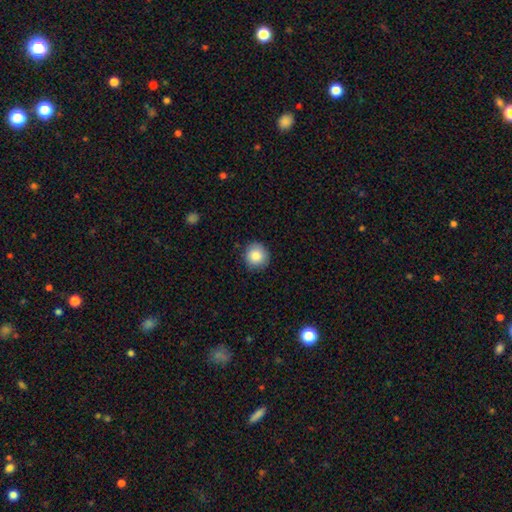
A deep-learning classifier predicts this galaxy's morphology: This appears to be a smooth galaxy with no disk features (85%) that is round (92%). Merging: none (87%).